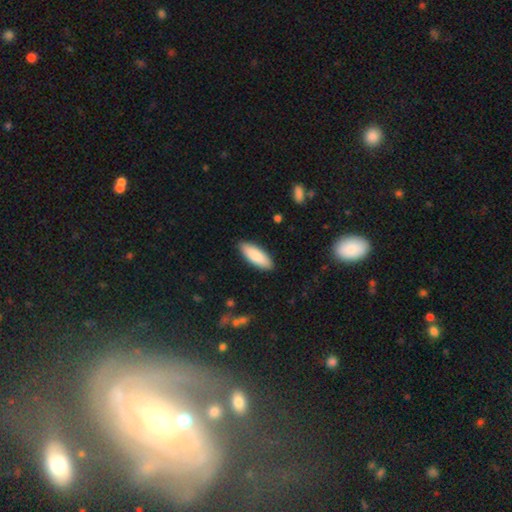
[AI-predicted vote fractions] This is clearly a smooth galaxy (87%). How rounded: likely in between (67%). Merging: clearly none (89%).